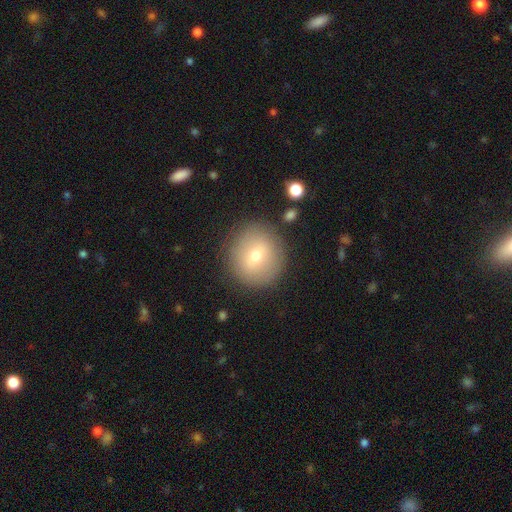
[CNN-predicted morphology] A smooth galaxy with no disk features (66%) that is round (92%).

Vote fractions:
- Smooth or featured? smooth: 66% / featured or disk: 24% / star or artifact: 10%
- How rounded? round: 92% / in between: 7% / cigar-shaped: 1%
- Merging? none: 87% / minor disturbance: 8% / major disturbance: 3% / merger: 2%